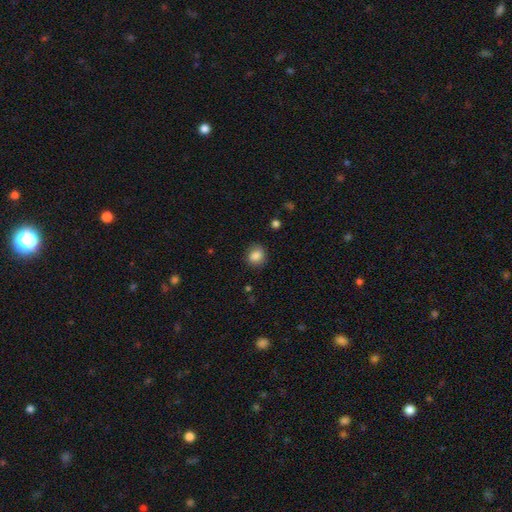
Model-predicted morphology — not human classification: smooth_or_featured: smooth (p=0.85) [alt: star or artifact p=0.09]
how_rounded: round (p=0.73) [alt: in between p=0.26]
merging: none (p=0.84) [alt: minor disturbance p=0.11]